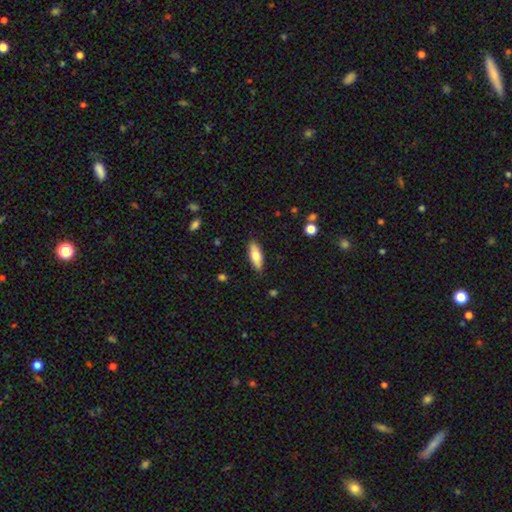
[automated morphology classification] A smooth galaxy with no disk features (74%) that is in between round and cigar-shaped (67%). Merging: none (86%).